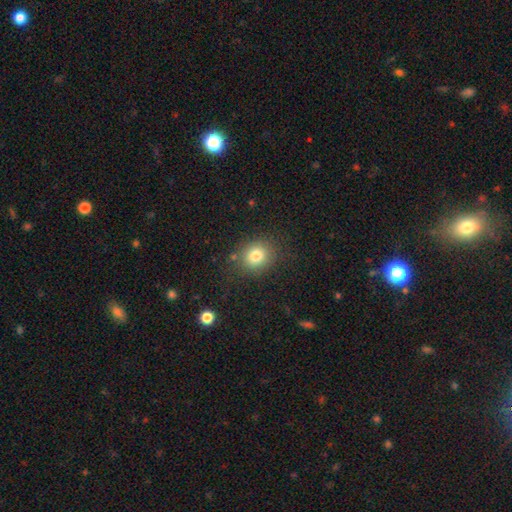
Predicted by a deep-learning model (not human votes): Smooth or featured? smooth (79%)
How rounded? round (75%)
Merging? none (82%)